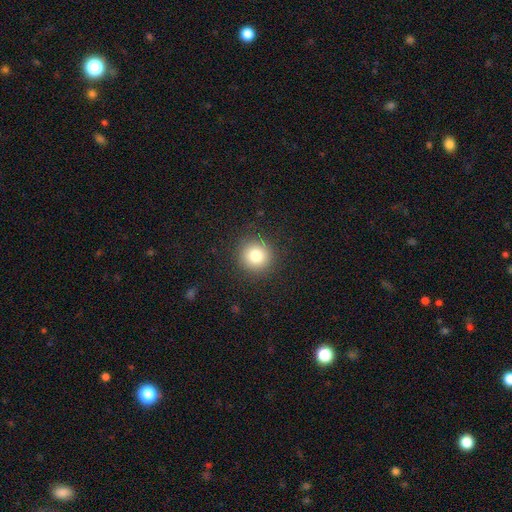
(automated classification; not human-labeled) Q: Smooth or featured?
A: smooth (80%); runner-up: star or artifact (12%)
Q: How rounded?
A: round (94%); runner-up: in between (5%)
Q: Merging?
A: none (90%); runner-up: minor disturbance (6%)